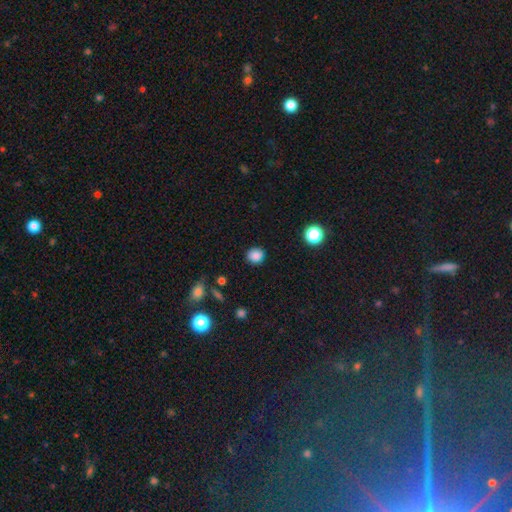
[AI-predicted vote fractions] Smooth or featured? Predicted: smooth (p=0.84). How rounded? Predicted: round (p=0.87). Merging? Predicted: none (p=0.87).